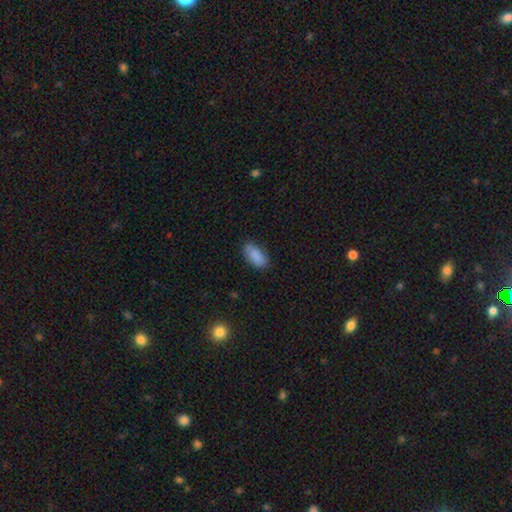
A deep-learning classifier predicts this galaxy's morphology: The model was most divided on "merging": none: 82%, minor disturbance: 14%, major disturbance: 3%, merger: 1%. More confident: how rounded — in between (89%); smooth or featured — smooth (88%).